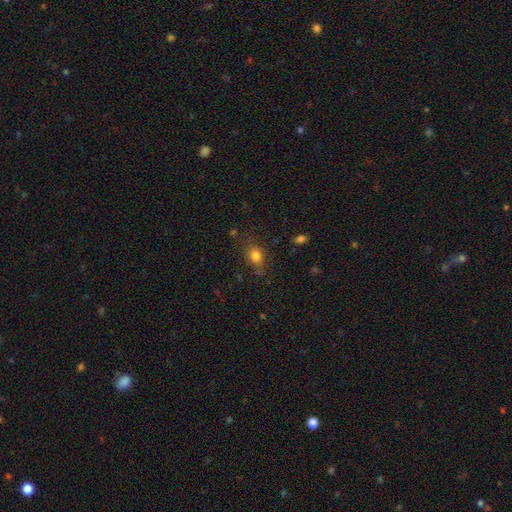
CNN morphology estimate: smooth 80%, star or artifact 12%, featured or disk 8%. Down the decision tree: how rounded — in between (55%); merging — none (75%).